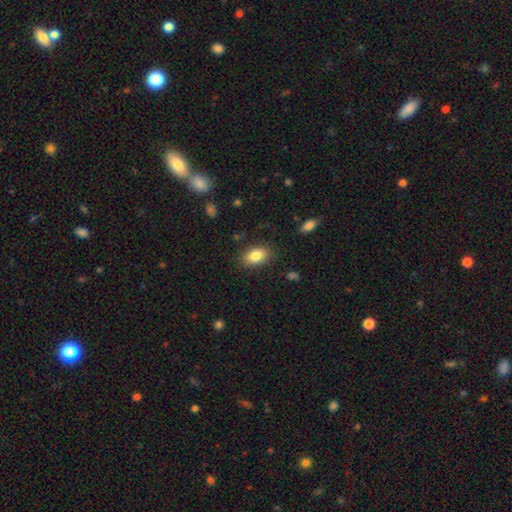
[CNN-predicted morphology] The model was most divided on "merging": none: 85%, minor disturbance: 11%, major disturbance: 3%, merger: 1%. More confident: how rounded — in between (87%); smooth or featured — smooth (84%).